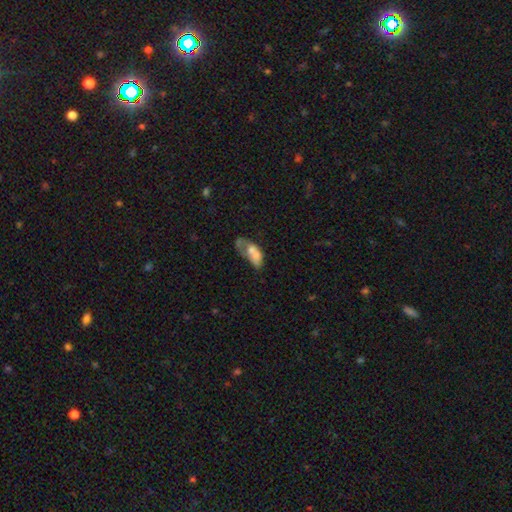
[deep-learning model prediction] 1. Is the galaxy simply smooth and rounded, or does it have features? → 51% smooth, 39% featured or disk, 10% star or artifact.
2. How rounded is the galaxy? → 83% in between, 9% round, 8% cigar-shaped.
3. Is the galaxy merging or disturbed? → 48% merger, 22% major disturbance, 17% none, 13% minor disturbance.